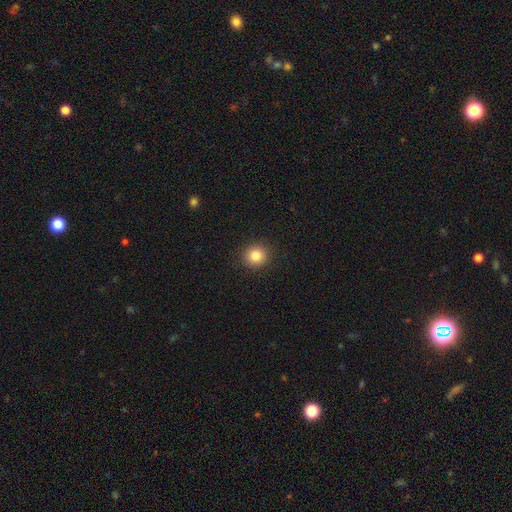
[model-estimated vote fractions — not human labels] smooth-or-featured: smooth: 83% | star or artifact: 11% | featured or disk: 6%
  how-rounded: round: 89% | in between: 10% | cigar-shaped: 1%
  merging: none: 92% | minor disturbance: 6% | major disturbance: 2% | merger: 1%